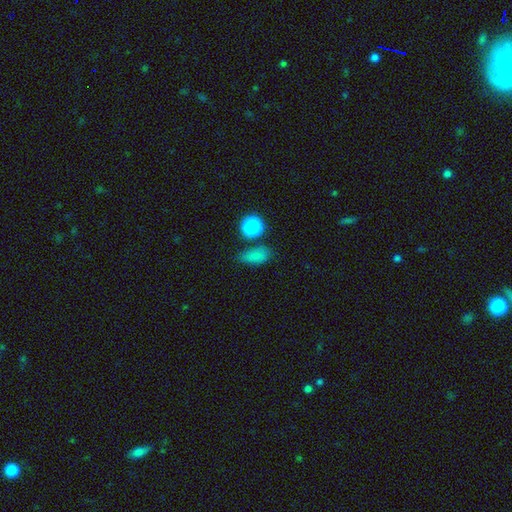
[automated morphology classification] This appears to be a smooth galaxy with no disk features (77%) that is in between round and cigar-shaped (74%). Merging: none (66%).